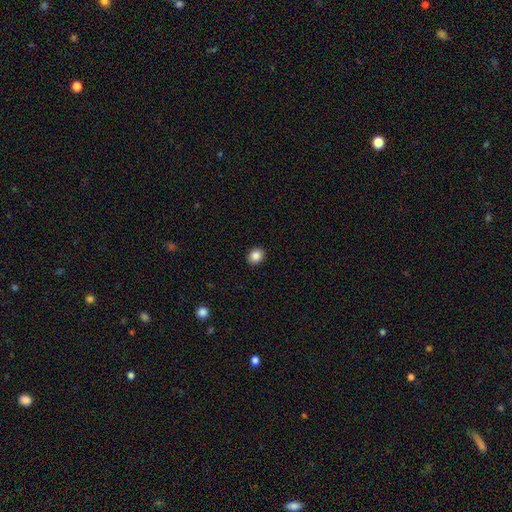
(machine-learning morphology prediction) The model was most divided on "how rounded": round: 64%, in between: 35%, cigar-shaped: 1%. More confident: merging — none (92%); smooth or featured — smooth (86%).